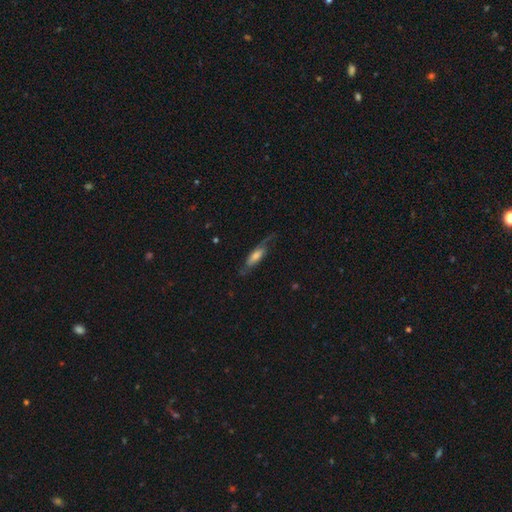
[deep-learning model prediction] smooth_or_featured: featured or disk (p=0.51) [alt: smooth p=0.41]
disk_edge_on: no (p=0.67) [alt: yes p=0.33]
merging: none (p=0.57) [alt: minor disturbance p=0.23]